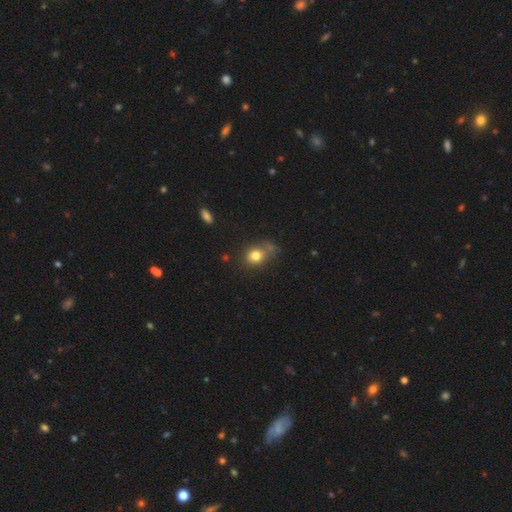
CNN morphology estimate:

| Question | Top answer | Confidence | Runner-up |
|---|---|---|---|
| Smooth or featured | smooth | 78% | star or artifact (12%) |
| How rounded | round | 61% | in between (38%) |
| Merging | none | 52% | minor disturbance (23%) |